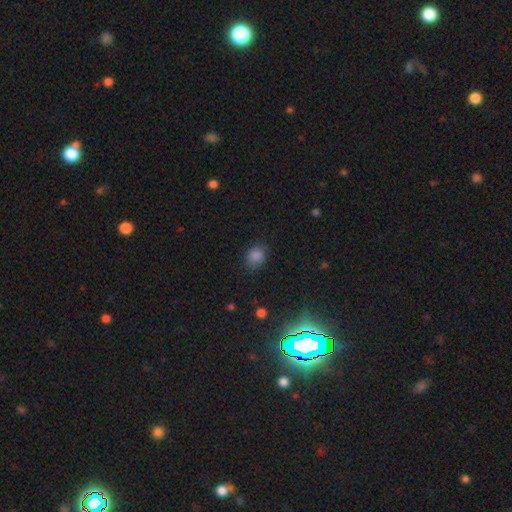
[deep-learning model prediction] Overall: smooth (79%). How rounded: round (50%; in between 49%). Merging: none (79%).